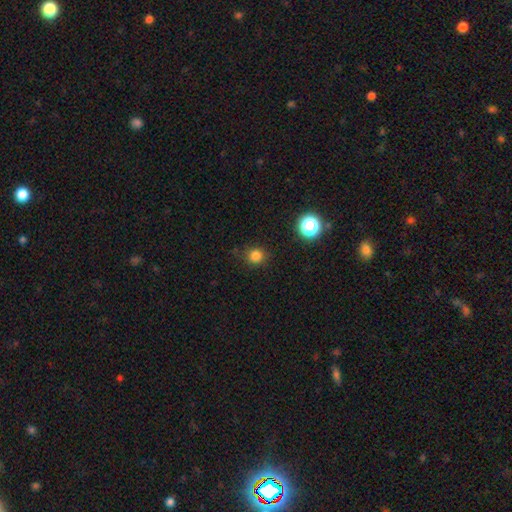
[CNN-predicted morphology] A smooth galaxy with no disk features (81%) that is round (90%).

Vote fractions:
- Smooth or featured? smooth: 81% / star or artifact: 15% / featured or disk: 4%
- How rounded? round: 90% / in between: 9% / cigar-shaped: 1%
- Merging? none: 85% / minor disturbance: 10% / major disturbance: 3% / merger: 2%